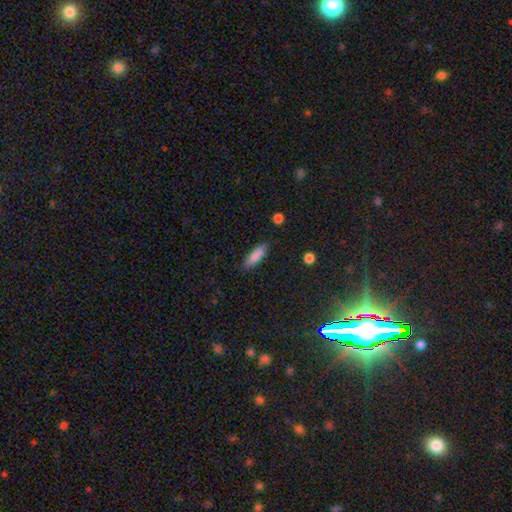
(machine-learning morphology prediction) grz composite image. It shows a smooth galaxy with no disk features (86%) that is cigar-shaped (60%). Merging: none (85%).